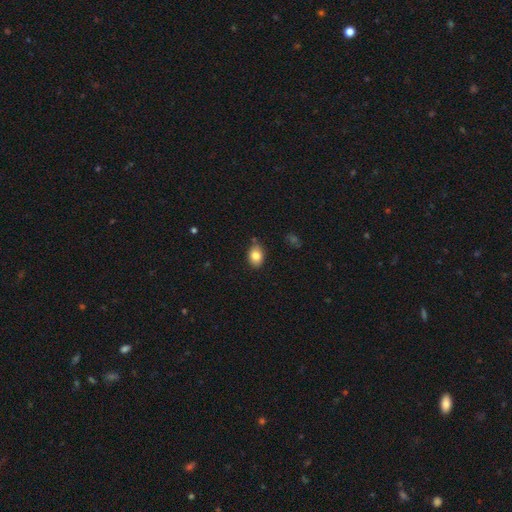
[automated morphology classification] type=smooth (83%); roundness=in between (76%); merging=none (79%).